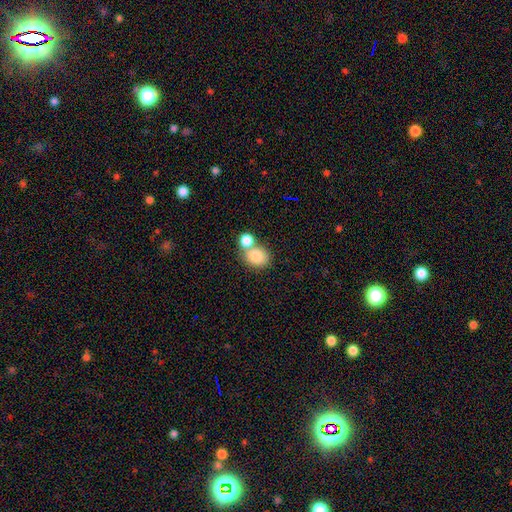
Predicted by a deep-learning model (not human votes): Smooth or featured? smooth (82%)
How rounded? round (62%)
Merging? merger (47%)